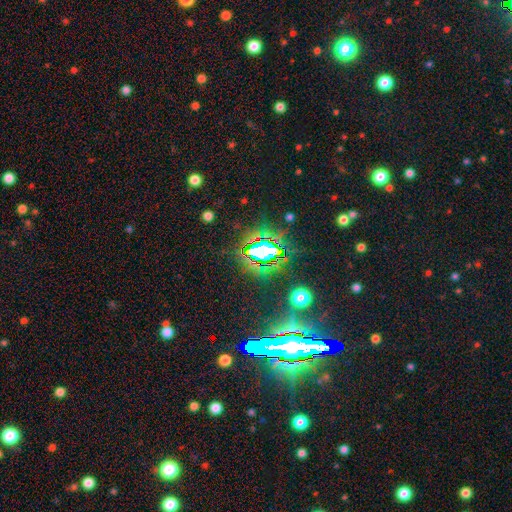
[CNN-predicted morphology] Smooth or featured? star or artifact (85%)